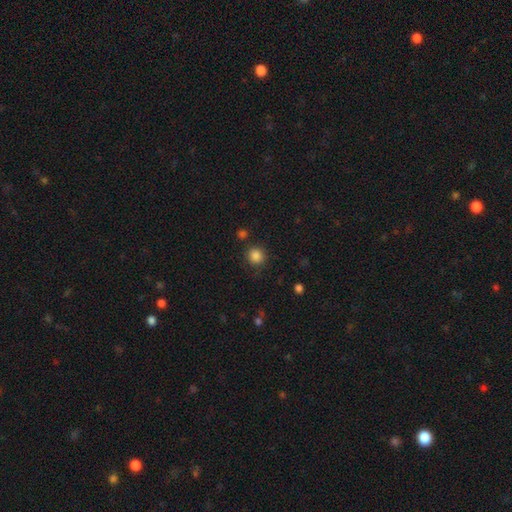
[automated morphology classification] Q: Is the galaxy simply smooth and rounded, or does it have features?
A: smooth — 85%.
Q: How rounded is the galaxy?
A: round — 91%.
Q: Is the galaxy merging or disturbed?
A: none — 84%.